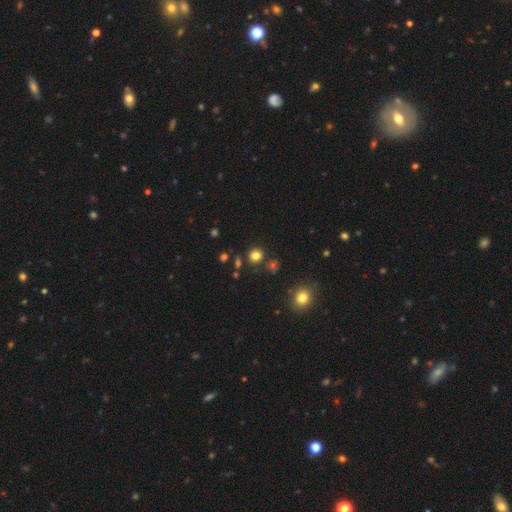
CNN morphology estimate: Smooth or featured: smooth — 80% (star or artifact — 15%)
How rounded: round — 86% (in between — 13%)
Merging: none — 84% (minor disturbance — 8%)